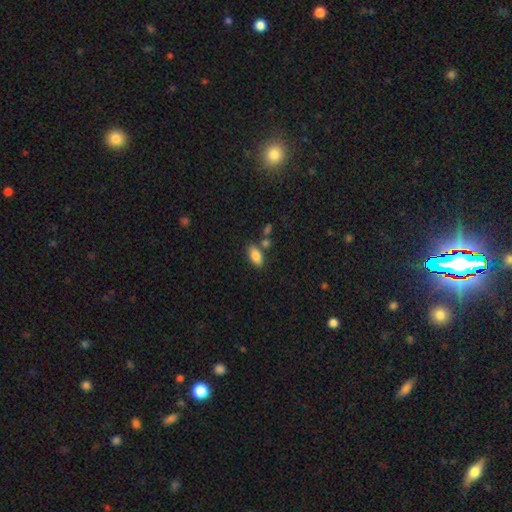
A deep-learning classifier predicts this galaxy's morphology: Q: Smooth or featured?
A: smooth (85%); runner-up: featured or disk (8%)
Q: How rounded?
A: in between (90%); runner-up: cigar-shaped (6%)
Q: Merging?
A: none (73%); runner-up: minor disturbance (13%)